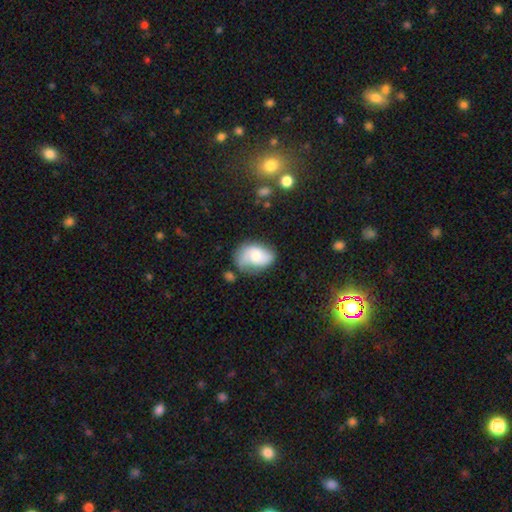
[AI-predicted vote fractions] A smooth galaxy with no disk features (52%) that is in between round and cigar-shaped (78%). Merging: none (49%).